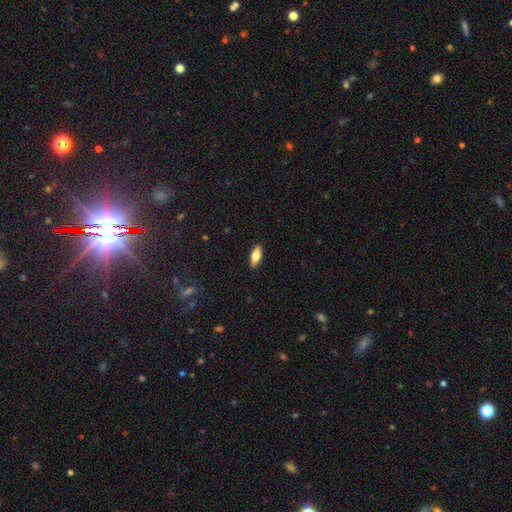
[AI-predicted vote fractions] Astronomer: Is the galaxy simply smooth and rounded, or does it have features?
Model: smooth — 68%.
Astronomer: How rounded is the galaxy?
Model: in between — 74%.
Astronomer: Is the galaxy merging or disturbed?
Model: none — 89%.